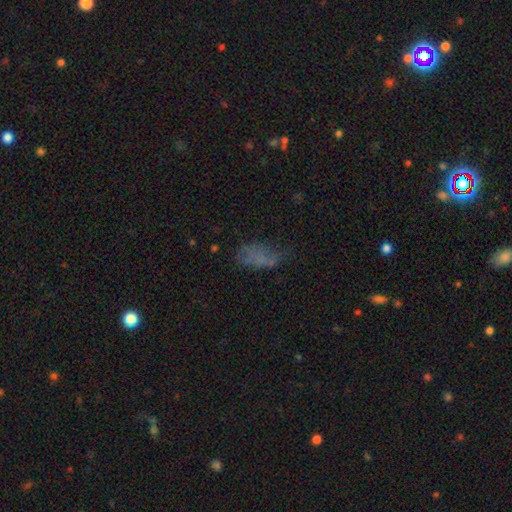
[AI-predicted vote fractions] smooth 51%, featured or disk 30%, star or artifact 19%. Down the decision tree: how rounded — in between (87%); merging — none (40%).